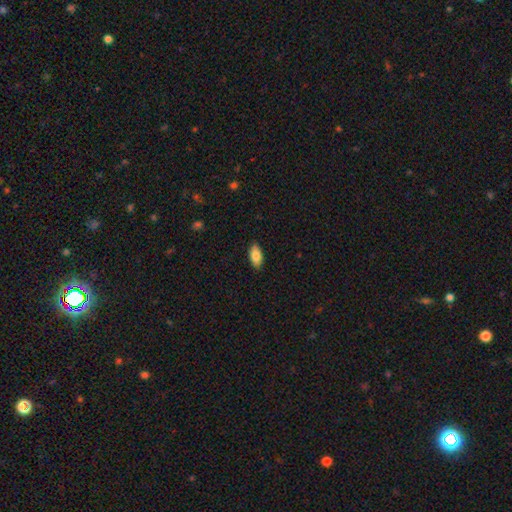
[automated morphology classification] Q: Smooth or featured?
A: smooth (84%); runner-up: featured or disk (9%)
Q: How rounded?
A: in between (91%); runner-up: cigar-shaped (7%)
Q: Merging?
A: none (88%); runner-up: minor disturbance (9%)